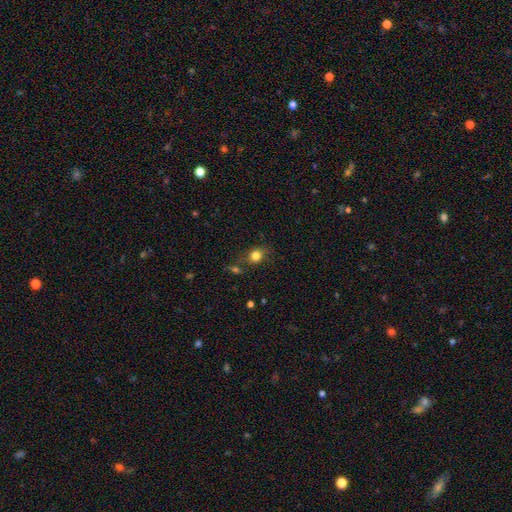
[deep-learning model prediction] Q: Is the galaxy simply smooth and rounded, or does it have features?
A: smooth — 79%.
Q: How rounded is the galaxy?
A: round — 55%.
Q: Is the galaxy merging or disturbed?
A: none — 67%.